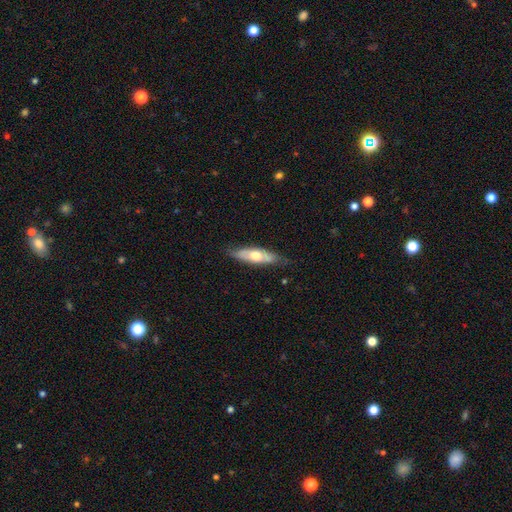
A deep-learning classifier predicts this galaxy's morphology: type=smooth (50%); roundness=in between (50%); merging=none (76%).